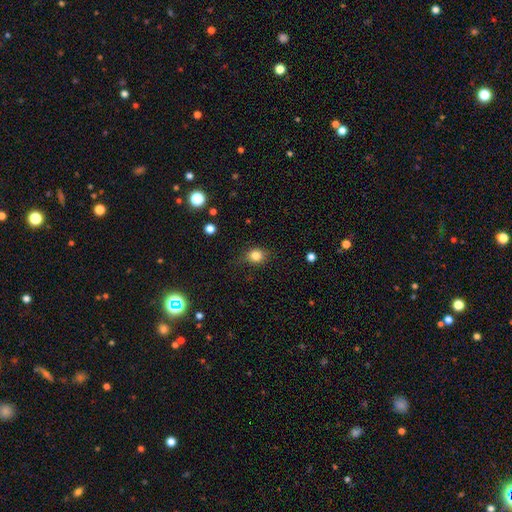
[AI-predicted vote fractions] Smooth or featured: smooth — 81% (star or artifact — 11%)
How rounded: round — 67% (in between — 32%)
Merging: none — 76% (minor disturbance — 18%)